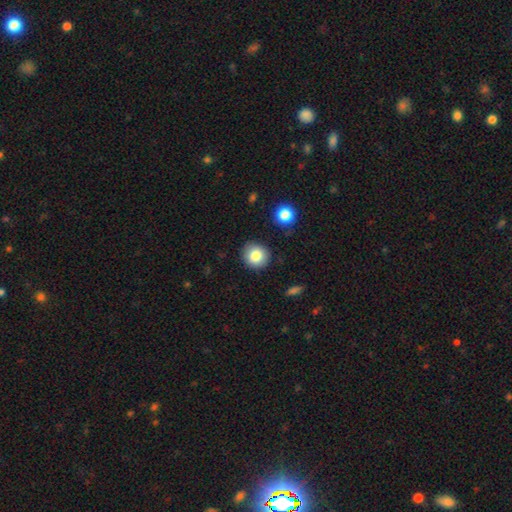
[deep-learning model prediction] Morphology: type=smooth (81%); roundness=round (90%); merging=none (88%).